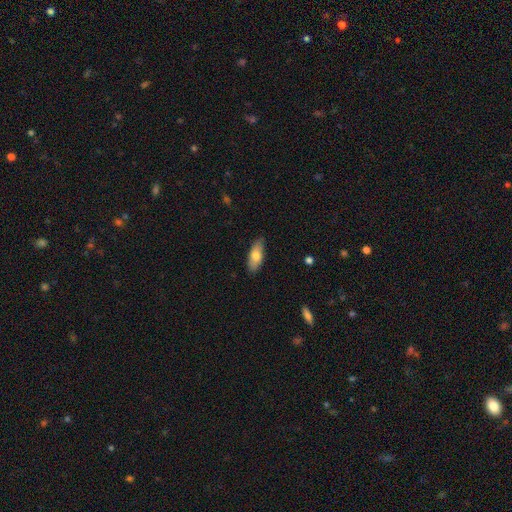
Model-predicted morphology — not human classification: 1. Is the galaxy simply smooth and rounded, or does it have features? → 73% smooth, 21% featured or disk, 6% star or artifact.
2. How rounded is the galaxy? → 78% in between, 19% cigar-shaped, 2% round.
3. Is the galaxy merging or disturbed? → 85% none, 12% minor disturbance, 2% major disturbance, 1% merger.